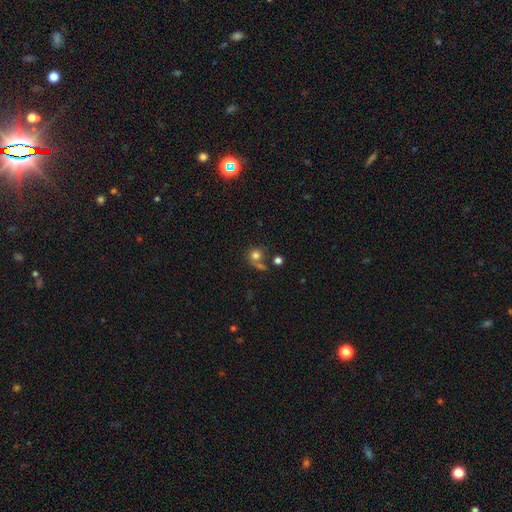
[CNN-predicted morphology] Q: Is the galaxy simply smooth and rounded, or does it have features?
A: smooth — 77%.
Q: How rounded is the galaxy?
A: round — 85%.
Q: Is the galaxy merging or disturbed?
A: none — 46%.